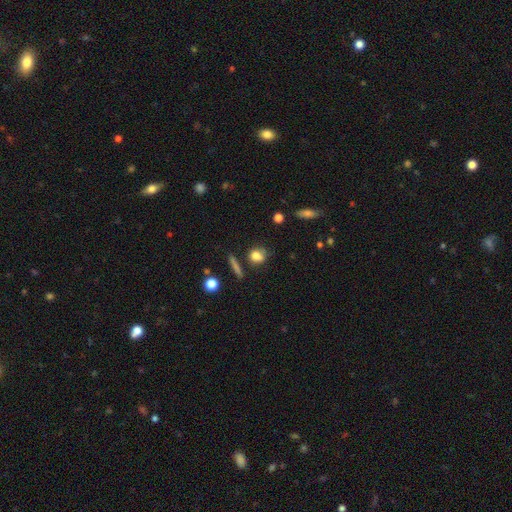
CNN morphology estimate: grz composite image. It shows a smooth galaxy with no disk features (78%) that is round (62%). Merging: none (67%).